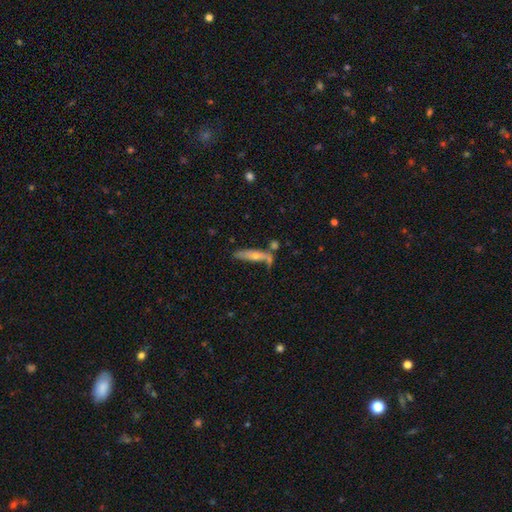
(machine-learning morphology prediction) Overall: smooth (53%; featured or disk 40%). How rounded: cigar-shaped (74%). Merging: none (46%; minor disturbance 22%).